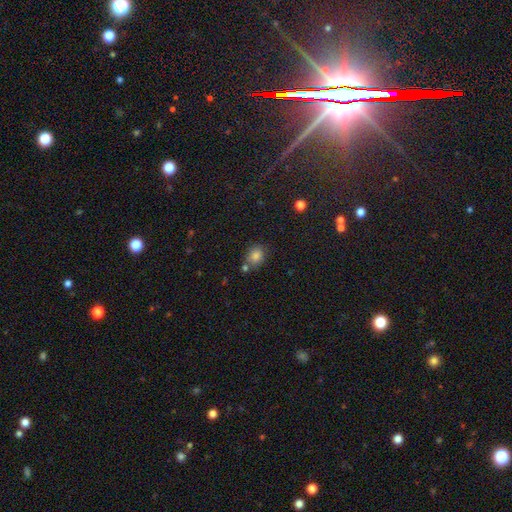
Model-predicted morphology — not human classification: A smooth galaxy with no disk features (82%) that is round (62%).

Vote fractions:
- Smooth or featured? smooth: 82% / star or artifact: 12% / featured or disk: 6%
- How rounded? round: 62% / in between: 37% / cigar-shaped: 1%
- Merging? none: 69% / minor disturbance: 14% / merger: 13% / major disturbance: 4%